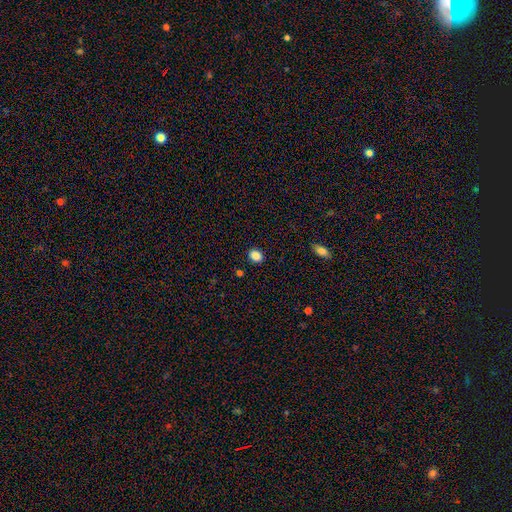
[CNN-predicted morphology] Smooth or featured? smooth (87%)
How rounded? in between (53%)
Merging? none (89%)